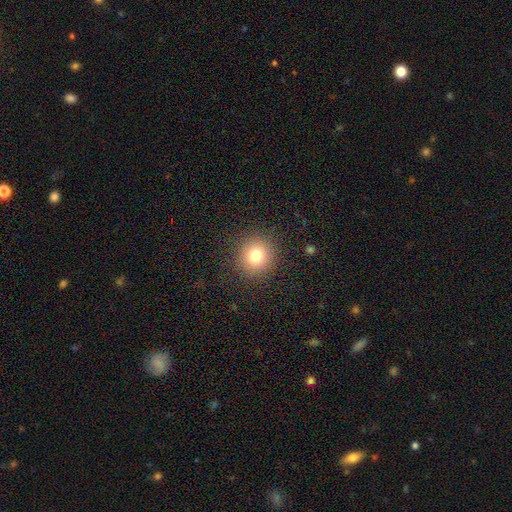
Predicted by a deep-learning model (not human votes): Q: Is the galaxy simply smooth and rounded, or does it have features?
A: smooth — 79%.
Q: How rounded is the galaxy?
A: round — 88%.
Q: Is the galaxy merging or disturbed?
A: none — 88%.